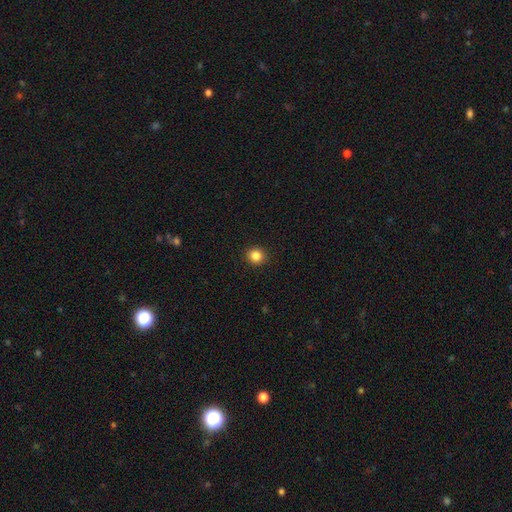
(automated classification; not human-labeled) Smooth or featured? smooth (85%)
How rounded? round (90%)
Merging? none (93%)